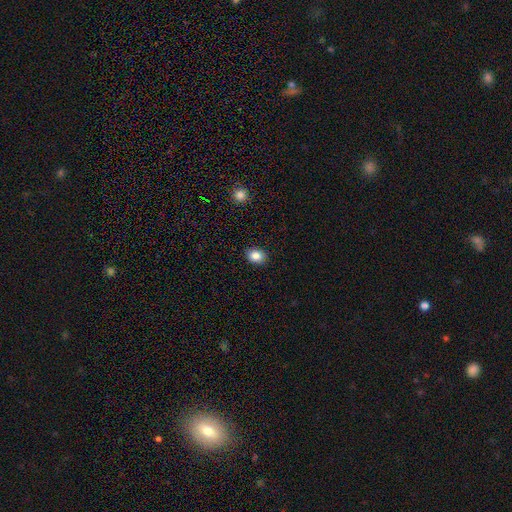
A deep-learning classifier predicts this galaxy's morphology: smooth-or-featured: smooth: 84% | star or artifact: 9% | featured or disk: 6%
  how-rounded: in between: 59% | round: 40% | cigar-shaped: 1%
  merging: none: 90% | minor disturbance: 7% | major disturbance: 2% | merger: 1%